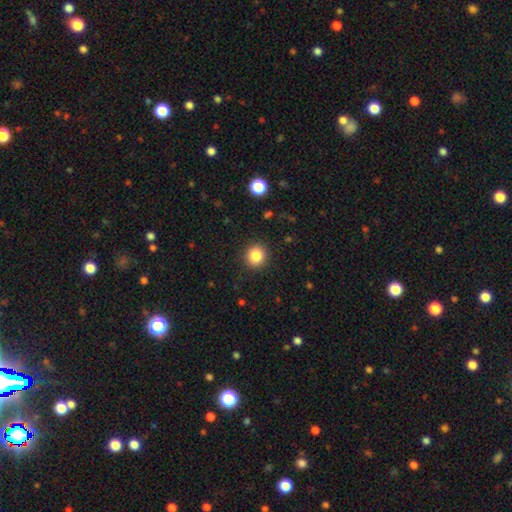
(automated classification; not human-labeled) This appears to be a smooth galaxy with no disk features (84%) that is round (89%). Merging: none (91%).